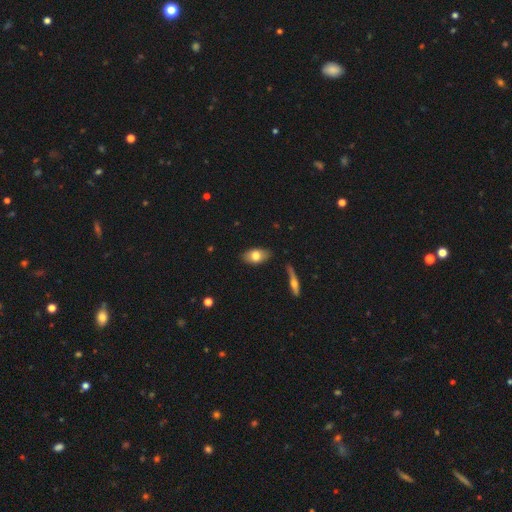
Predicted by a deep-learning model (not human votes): Overall: smooth (72%). How rounded: in between (88%). Merging: none (83%).